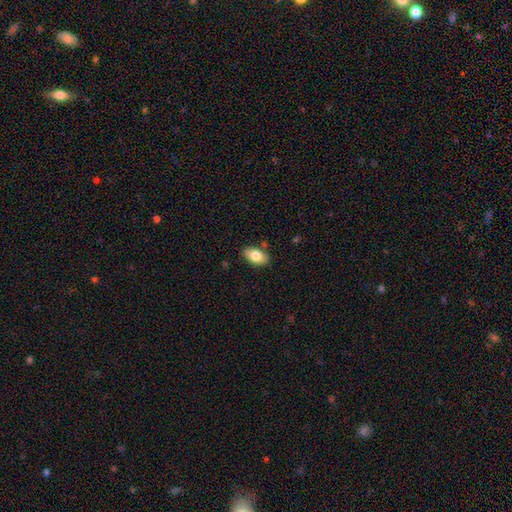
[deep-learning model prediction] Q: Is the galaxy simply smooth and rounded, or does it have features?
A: smooth — 80%.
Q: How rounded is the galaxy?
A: in between — 92%.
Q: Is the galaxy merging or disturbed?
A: none — 84%.